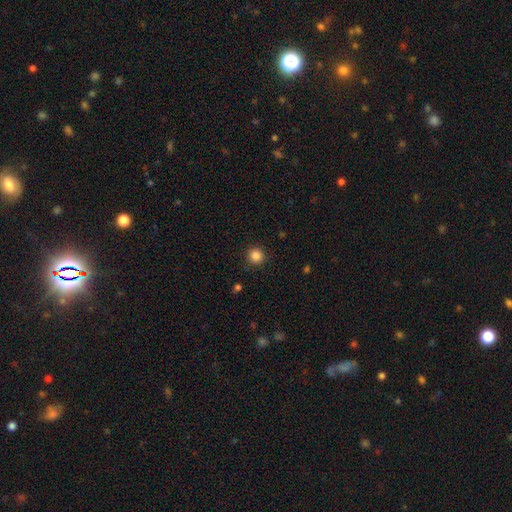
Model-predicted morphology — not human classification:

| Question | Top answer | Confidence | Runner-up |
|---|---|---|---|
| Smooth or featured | smooth | 85% | star or artifact (11%) |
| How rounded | round | 94% | in between (5%) |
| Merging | none | 91% | minor disturbance (6%) |